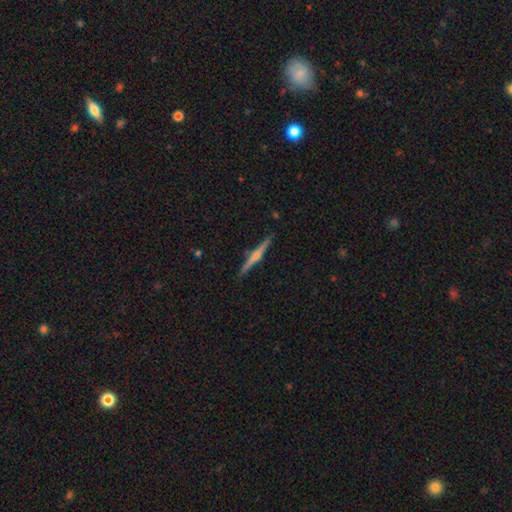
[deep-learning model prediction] Q: Smooth or featured?
A: featured or disk (79%); runner-up: smooth (16%)
Q: Edge-on disk?
A: yes (99%); runner-up: no (1%)
Q: Edge-on bulge?
A: rounded (83%); runner-up: none (10%)
Q: Merging?
A: none (92%); runner-up: minor disturbance (6%)